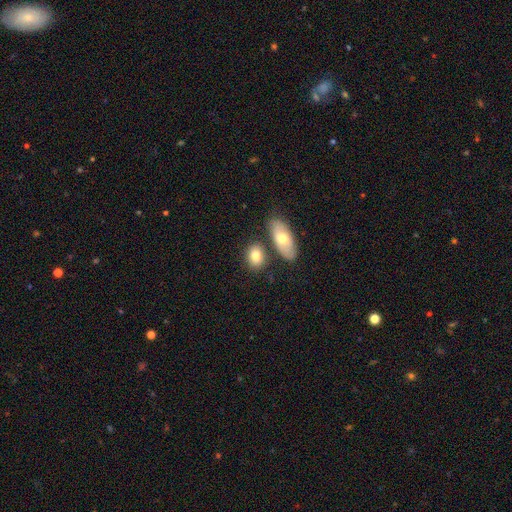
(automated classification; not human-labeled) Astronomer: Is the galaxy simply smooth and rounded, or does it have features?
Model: smooth — 76%.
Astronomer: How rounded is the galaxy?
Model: in between — 75%.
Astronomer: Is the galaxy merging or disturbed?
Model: none — 68%.